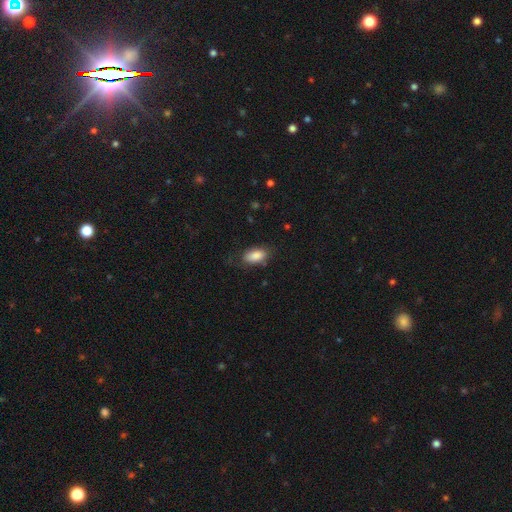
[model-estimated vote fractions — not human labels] A smooth galaxy with no disk features (86%) that is in between round and cigar-shaped (91%). Merging: none (71%).